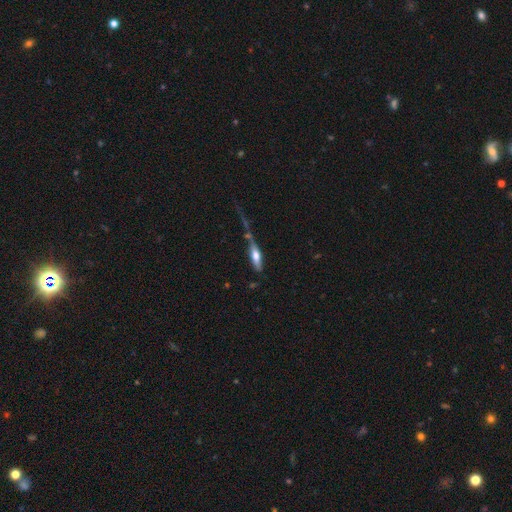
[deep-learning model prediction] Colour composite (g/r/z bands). It shows a smooth galaxy with no disk features (50%). Merging: none (44%).